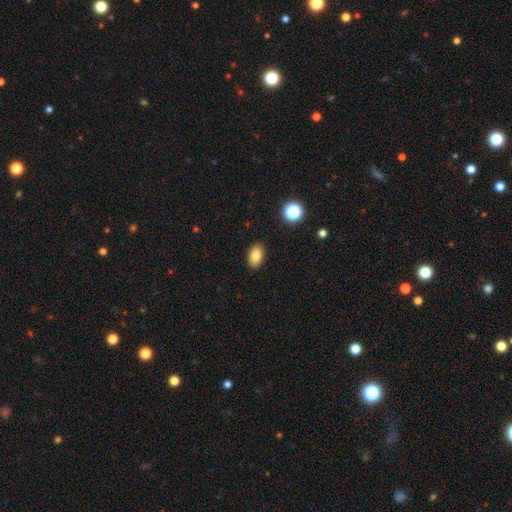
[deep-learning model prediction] Smooth or featured? smooth (83%)
How rounded? in between (89%)
Merging? none (89%)